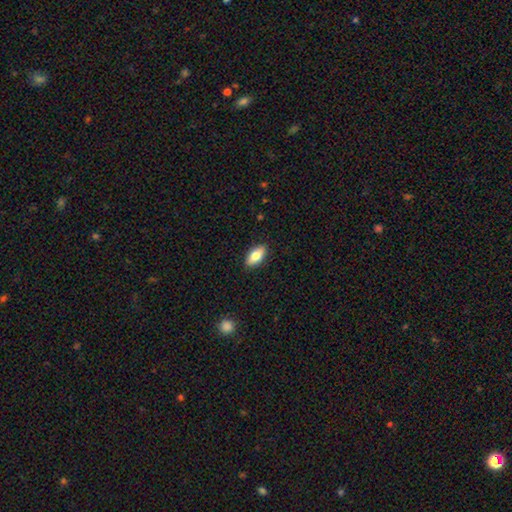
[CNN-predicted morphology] smooth 75%, featured or disk 19%, star or artifact 7%. Down the decision tree: how rounded — in between (87%); merging — none (89%).